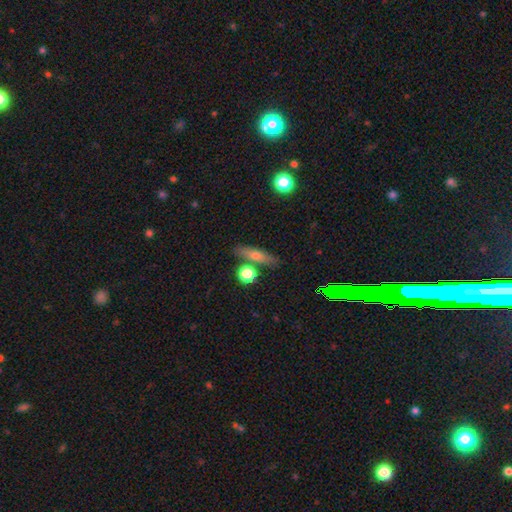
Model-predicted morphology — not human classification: A smooth galaxy with no disk features (58%) that is cigar-shaped (65%).

Vote fractions:
- Smooth or featured? smooth: 58% / featured or disk: 31% / star or artifact: 10%
- How rounded? cigar-shaped: 65% / in between: 28% / round: 8%
- Merging? none: 78% / minor disturbance: 10% / merger: 9% / major disturbance: 3%